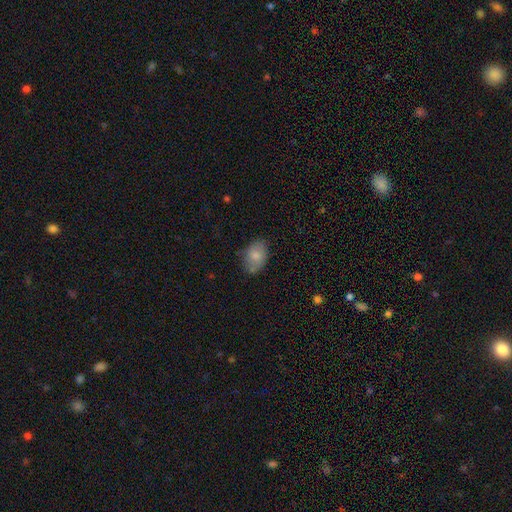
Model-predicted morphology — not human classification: Q: Smooth or featured?
A: smooth (78%); runner-up: featured or disk (15%)
Q: How rounded?
A: in between (85%); runner-up: round (13%)
Q: Merging?
A: none (68%); runner-up: minor disturbance (23%)